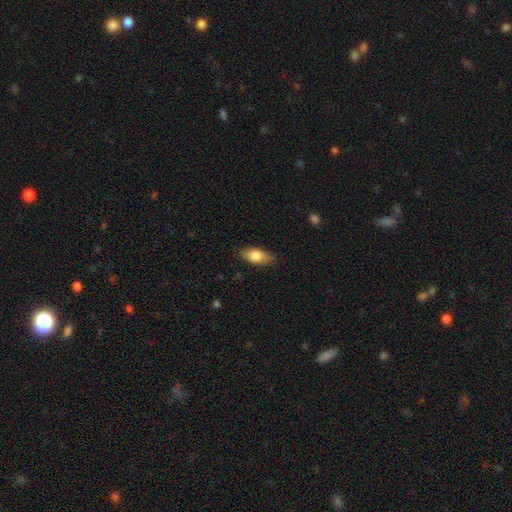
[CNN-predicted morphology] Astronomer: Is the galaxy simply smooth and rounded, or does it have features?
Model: smooth — 76%.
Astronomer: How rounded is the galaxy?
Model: in between — 84%.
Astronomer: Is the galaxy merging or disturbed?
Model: none — 83%.